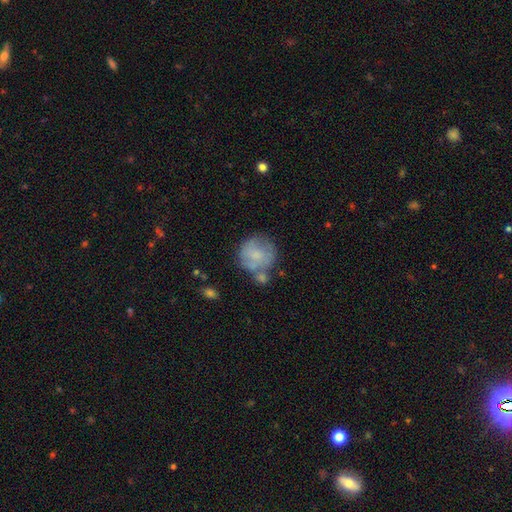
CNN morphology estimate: Smooth or featured? smooth (57%)
How rounded? round (85%)
Merging? none (46%)